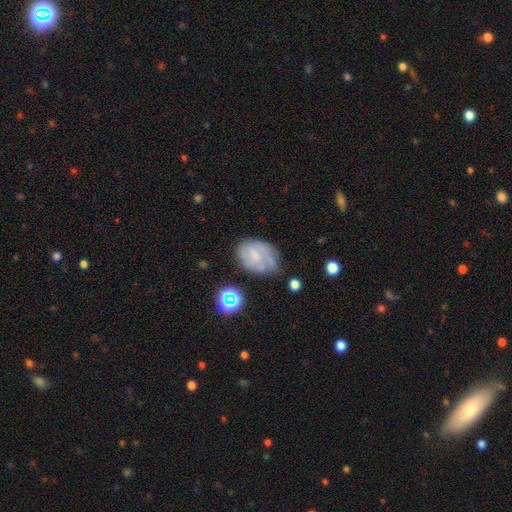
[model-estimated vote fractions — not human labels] Overall: featured or disk (47%; smooth 41%). Merging: none (51%; minor disturbance 31%).